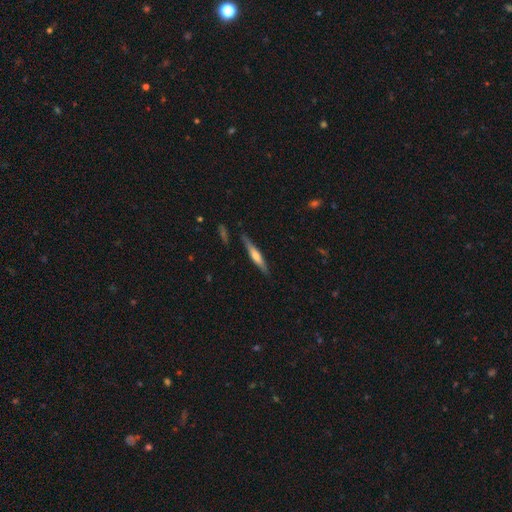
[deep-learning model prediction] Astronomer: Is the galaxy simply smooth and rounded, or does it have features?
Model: featured or disk — 52% (runner-up: smooth, 42%).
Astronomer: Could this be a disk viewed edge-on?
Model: yes — 95%.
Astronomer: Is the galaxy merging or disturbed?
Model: none — 83%.